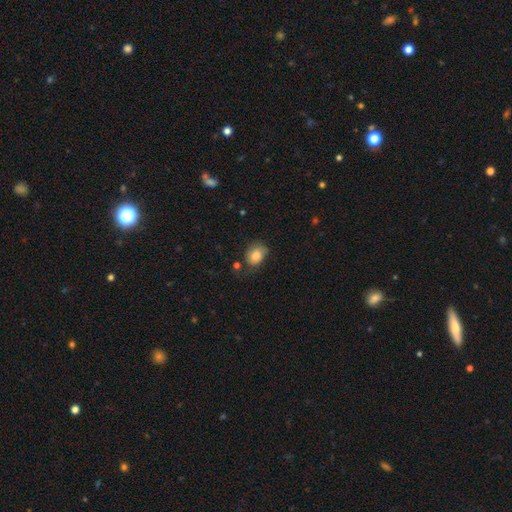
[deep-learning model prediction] Smooth or featured: smooth — 81% (featured or disk — 10%)
How rounded: in between — 54% (round — 45%)
Merging: none — 59% (minor disturbance — 28%)